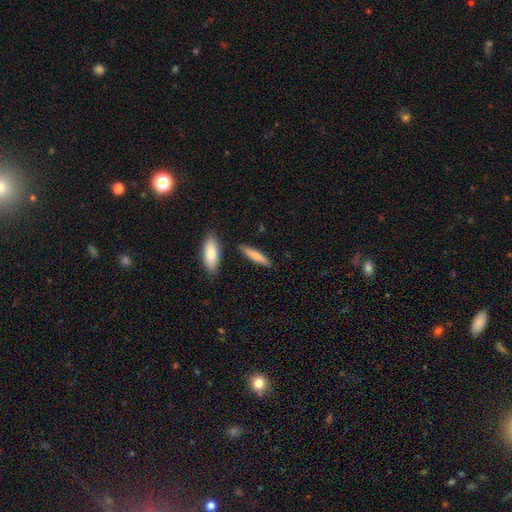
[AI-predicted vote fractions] A smooth galaxy with no disk features (77%) that is cigar-shaped (80%). Merging: none (83%).